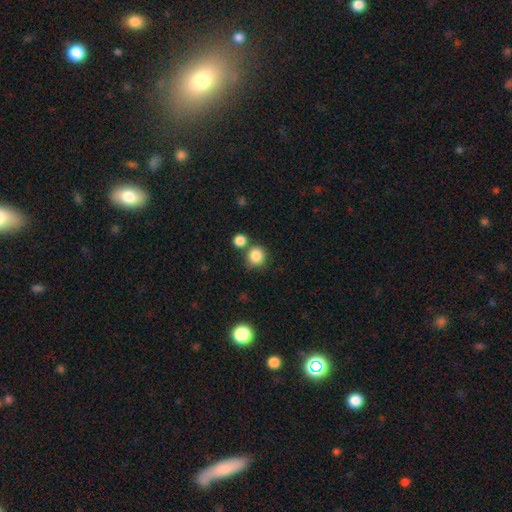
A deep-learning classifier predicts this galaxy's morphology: smooth_or_featured: smooth (p=0.85) [alt: star or artifact p=0.10]
how_rounded: round (p=0.86) [alt: in between p=0.13]
merging: none (p=0.64) [alt: merger p=0.22]